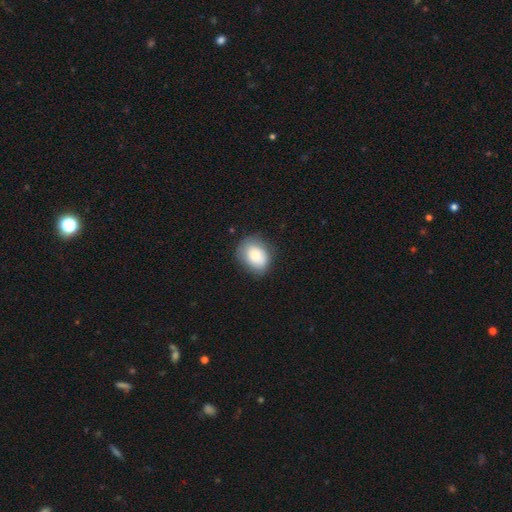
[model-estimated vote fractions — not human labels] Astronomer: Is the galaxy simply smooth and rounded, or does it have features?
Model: smooth — 82%.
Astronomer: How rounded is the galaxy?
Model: in between — 64%.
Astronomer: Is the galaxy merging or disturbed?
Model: none — 68%.